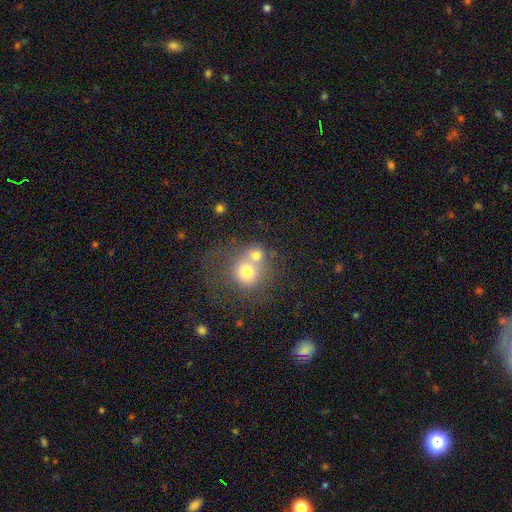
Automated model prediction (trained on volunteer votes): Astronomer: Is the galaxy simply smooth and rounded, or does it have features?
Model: smooth — 68%.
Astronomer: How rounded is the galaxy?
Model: round — 80%.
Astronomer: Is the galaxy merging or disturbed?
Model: merger — 57%.